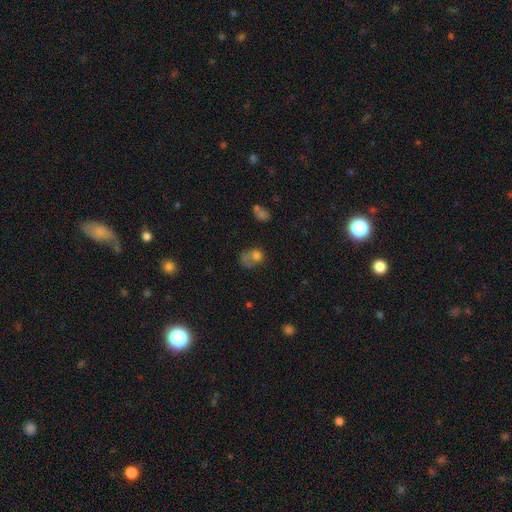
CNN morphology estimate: A smooth galaxy with no disk features (68%) that is round (52%). Merging: major disturbance (29%).